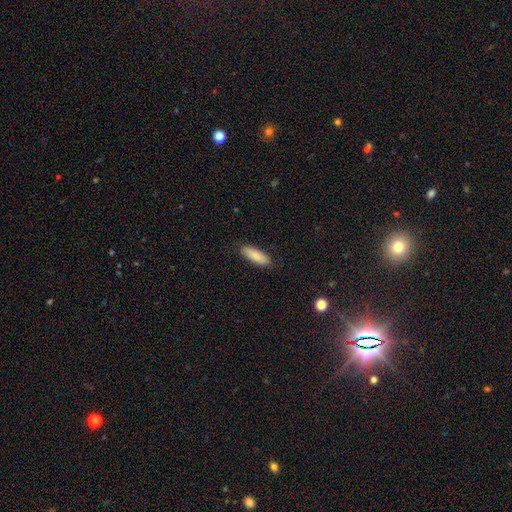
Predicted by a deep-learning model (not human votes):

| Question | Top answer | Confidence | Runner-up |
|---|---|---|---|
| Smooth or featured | smooth | 83% | featured or disk (11%) |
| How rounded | in between | 60% | cigar-shaped (38%) |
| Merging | none | 86% | minor disturbance (11%) |